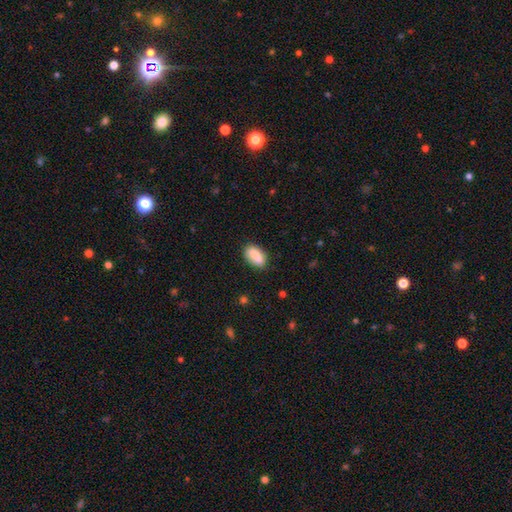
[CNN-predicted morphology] smooth-or-featured: smooth: 86% | featured or disk: 7% | star or artifact: 7%
  how-rounded: in between: 84% | cigar-shaped: 12% | round: 4%
  merging: none: 82% | minor disturbance: 13% | major disturbance: 3% | merger: 2%